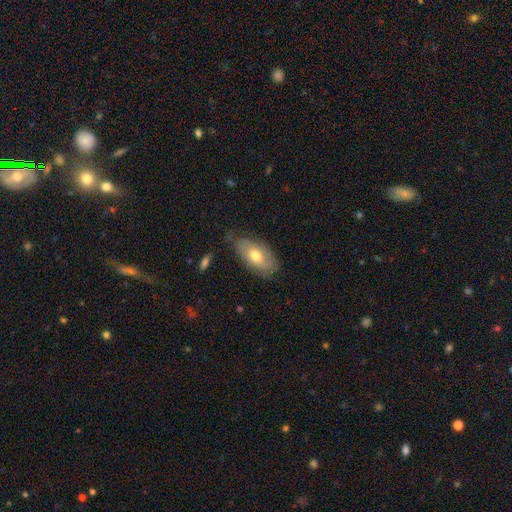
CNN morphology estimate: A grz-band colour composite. It shows a smooth galaxy with no disk features (66%) that is in between round and cigar-shaped (93%). Merging: none (72%).